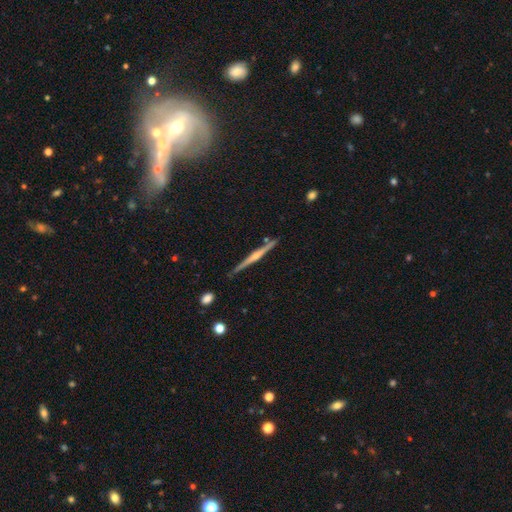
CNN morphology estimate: Smooth or featured? Predicted: featured or disk (p=0.75). Edge-on disk? Predicted: yes (p=0.98). Edge-on bulge? Predicted: rounded (p=0.74). Merging? Predicted: none (p=0.87).